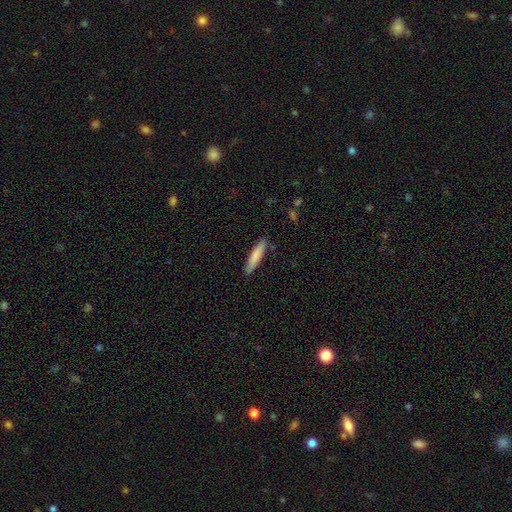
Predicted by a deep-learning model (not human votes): A smooth galaxy with no disk features (82%) that is cigar-shaped (86%). Merging: none (88%).